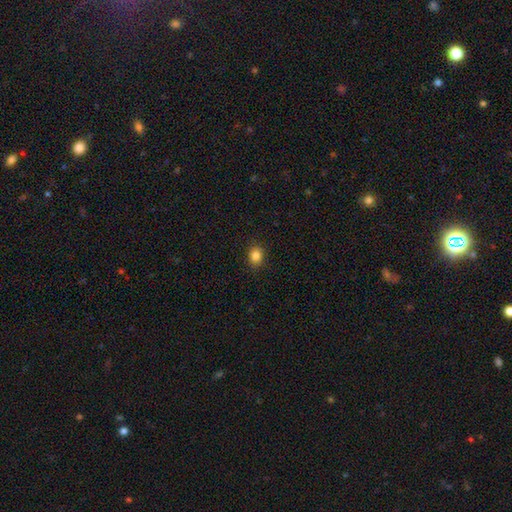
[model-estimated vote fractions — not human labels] Smooth or featured?
  - smooth: 84% *
  - star or artifact: 11%
  - featured or disk: 5%
How rounded?
  - round: 54% *
  - in between: 45%
  - cigar-shaped: 1%
Merging?
  - none: 89% *
  - minor disturbance: 8%
  - major disturbance: 2%
  - merger: 1%